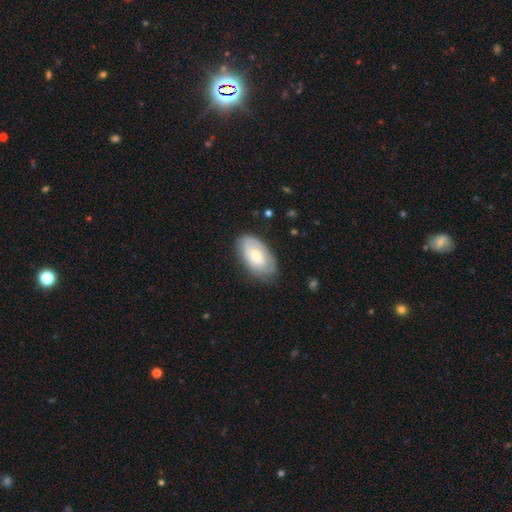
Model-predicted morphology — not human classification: This appears to be a smooth galaxy with no disk features (53%) that is in between round and cigar-shaped (93%). Merging: none (70%).